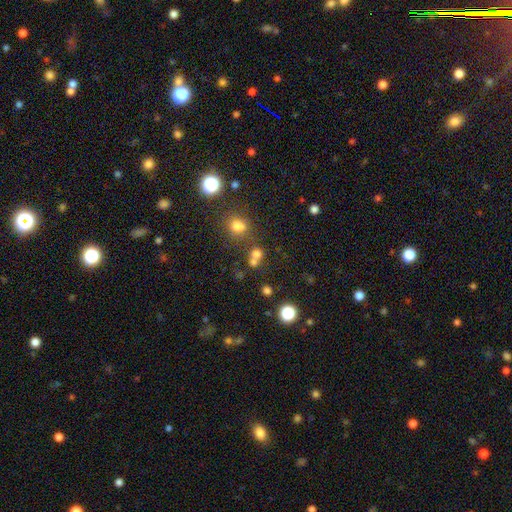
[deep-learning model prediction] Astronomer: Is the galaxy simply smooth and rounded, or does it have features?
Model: smooth — 67%.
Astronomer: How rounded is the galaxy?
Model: round — 75%.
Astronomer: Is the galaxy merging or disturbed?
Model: merger — 44% (runner-up: none, 42%).